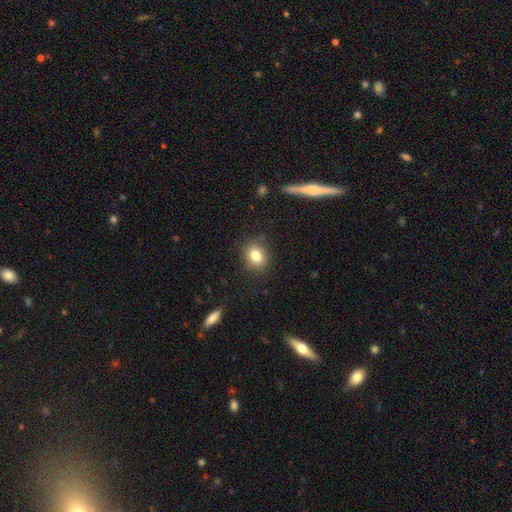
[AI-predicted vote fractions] A smooth galaxy with no disk features (81%) that is round (58%). Merging: none (84%).